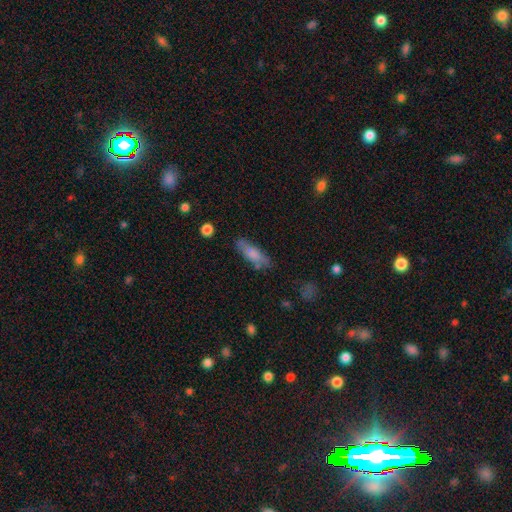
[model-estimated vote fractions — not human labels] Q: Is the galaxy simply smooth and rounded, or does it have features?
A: smooth — 71%.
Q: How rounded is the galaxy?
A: in between — 50%.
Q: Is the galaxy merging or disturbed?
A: none — 74%.